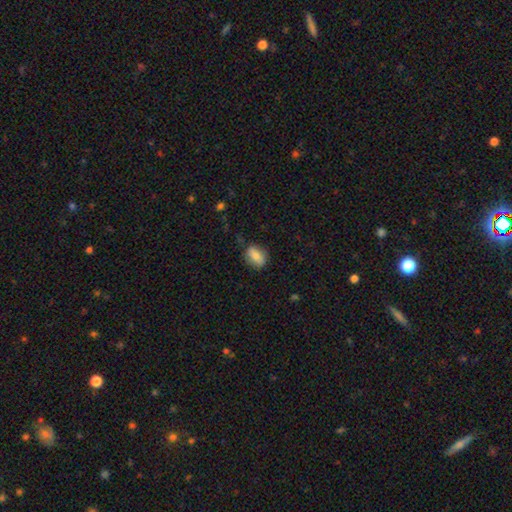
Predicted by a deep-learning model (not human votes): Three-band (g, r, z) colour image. It shows a smooth galaxy with no disk features (76%) that is in between round and cigar-shaped (77%). Merging: none (78%).